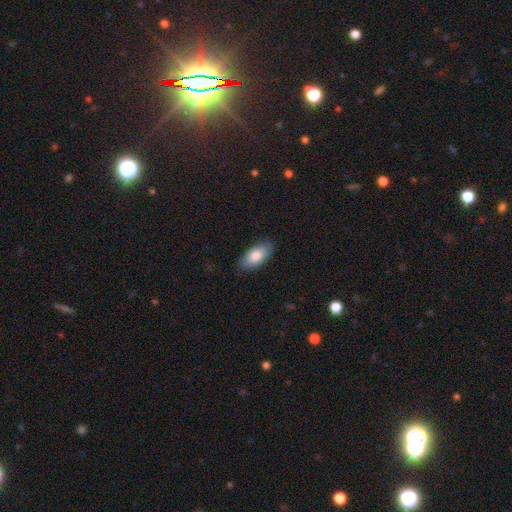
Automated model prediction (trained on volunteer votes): smooth_or_featured: smooth (p=0.79) [alt: featured or disk p=0.15]
how_rounded: in between (p=0.92) [alt: cigar-shaped p=0.06]
merging: none (p=0.85) [alt: minor disturbance p=0.11]